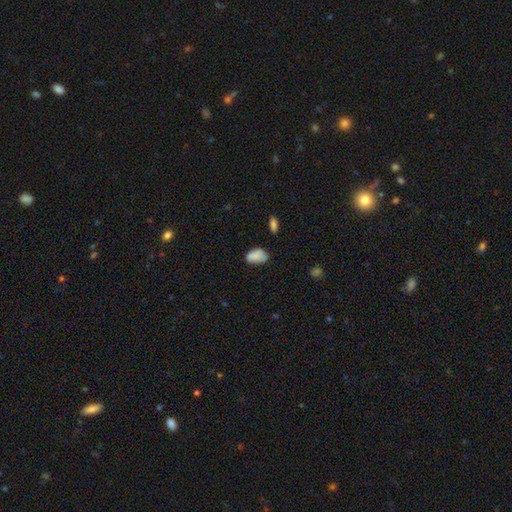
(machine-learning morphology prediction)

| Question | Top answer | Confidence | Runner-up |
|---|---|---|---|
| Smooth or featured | smooth | 84% | star or artifact (9%) |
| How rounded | in between | 90% | round (8%) |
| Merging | none | 60% | minor disturbance (30%) |